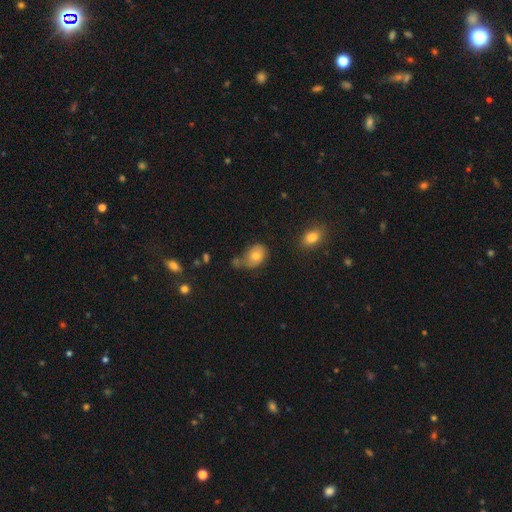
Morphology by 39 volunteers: A smooth galaxy with no disk features (72%) that is in between round and cigar-shaped (86%). Merging: none (38%).